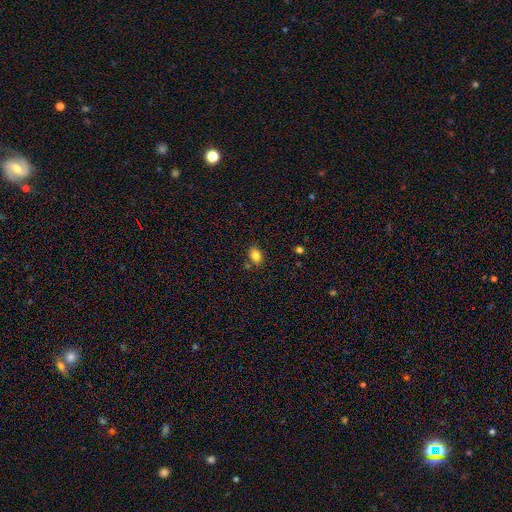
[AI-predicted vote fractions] A smooth galaxy with no disk features (83%) that is in between round and cigar-shaped (78%).

Vote fractions:
- Smooth or featured? smooth: 83% / star or artifact: 10% / featured or disk: 7%
- How rounded? in between: 78% / round: 21% / cigar-shaped: 1%
- Merging? none: 78% / minor disturbance: 13% / merger: 6% / major disturbance: 3%